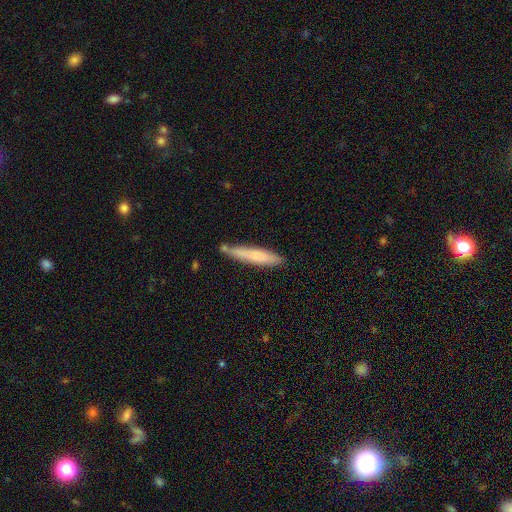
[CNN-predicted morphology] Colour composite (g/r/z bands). It shows a smooth galaxy with no disk features (71%) that is cigar-shaped (91%). Merging: none (73%).